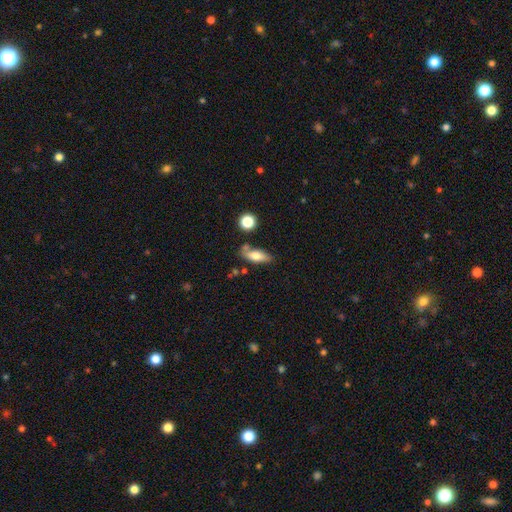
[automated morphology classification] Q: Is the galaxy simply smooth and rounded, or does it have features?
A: smooth — 70%.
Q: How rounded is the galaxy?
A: in between — 69%.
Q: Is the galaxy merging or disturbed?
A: none — 64%.